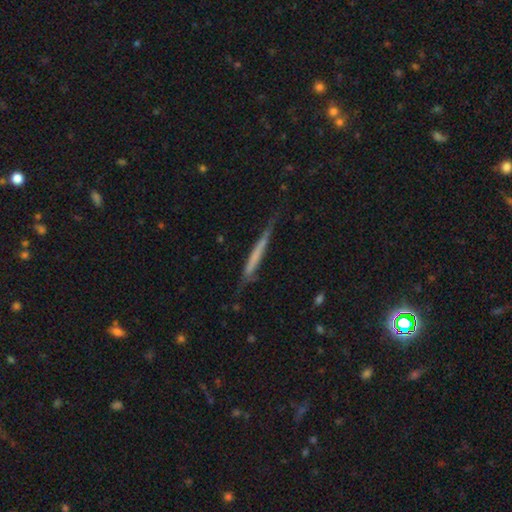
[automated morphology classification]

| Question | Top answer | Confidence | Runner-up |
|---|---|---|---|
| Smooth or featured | featured or disk | 48% | smooth (45%) |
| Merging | none | 68% | minor disturbance (23%) |